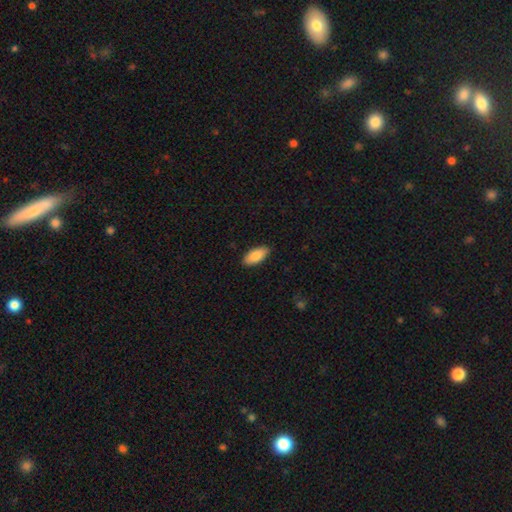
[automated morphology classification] A smooth galaxy with no disk features (86%) that is in between round and cigar-shaped (89%).

Vote fractions:
- Smooth or featured? smooth: 86% / featured or disk: 8% / star or artifact: 6%
- How rounded? in between: 89% / cigar-shaped: 9% / round: 2%
- Merging? none: 89% / minor disturbance: 8% / major disturbance: 2% / merger: 1%